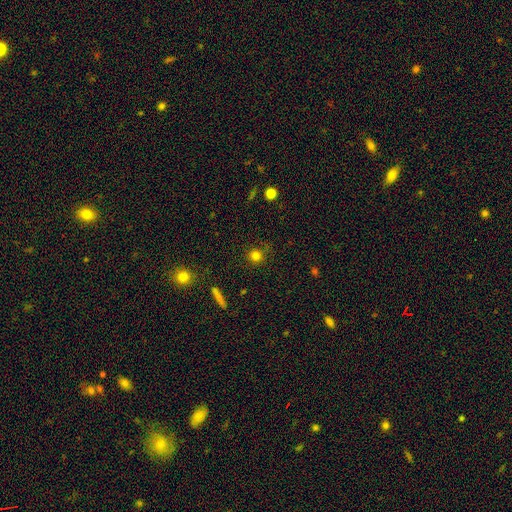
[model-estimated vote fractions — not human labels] A smooth galaxy with no disk features (79%) that is round (92%). Merging: none (82%).